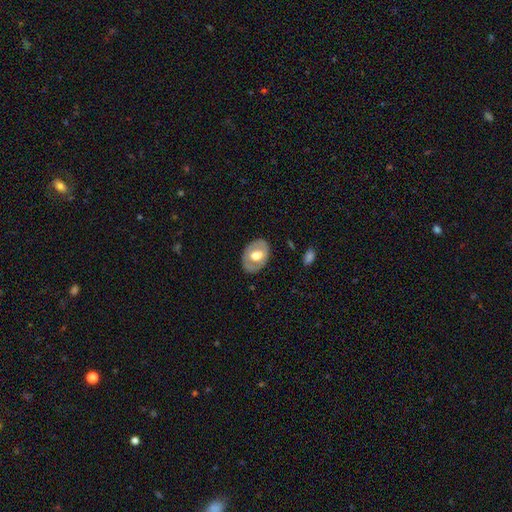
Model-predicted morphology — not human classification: This is possibly a smooth galaxy (47%, tied with featured or disk). Merging: clearly none (82%).